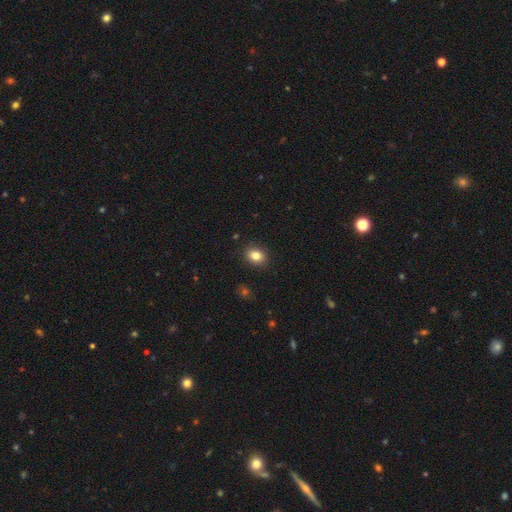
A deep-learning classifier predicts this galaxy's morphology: smooth-or-featured: smooth: 83% | star or artifact: 10% | featured or disk: 7%
  how-rounded: in between: 54% | round: 45% | cigar-shaped: 1%
  merging: none: 88% | minor disturbance: 8% | major disturbance: 2% | merger: 1%